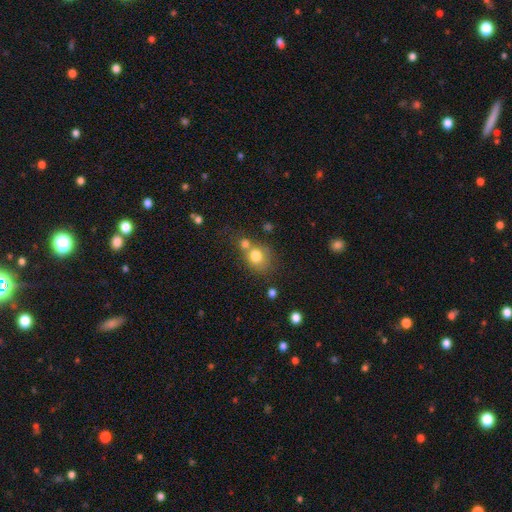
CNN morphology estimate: This appears to be a smooth galaxy with no disk features (77%) that is round (69%). Merging: none (42%).